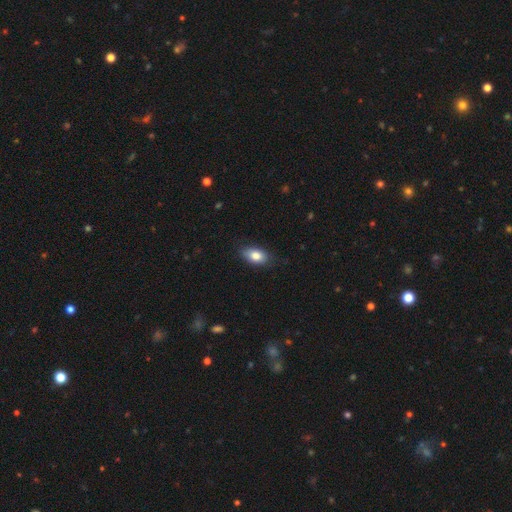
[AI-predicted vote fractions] Smooth or featured: smooth — 84% (featured or disk — 9%)
How rounded: in between — 89% (round — 8%)
Merging: none — 79% (minor disturbance — 17%)